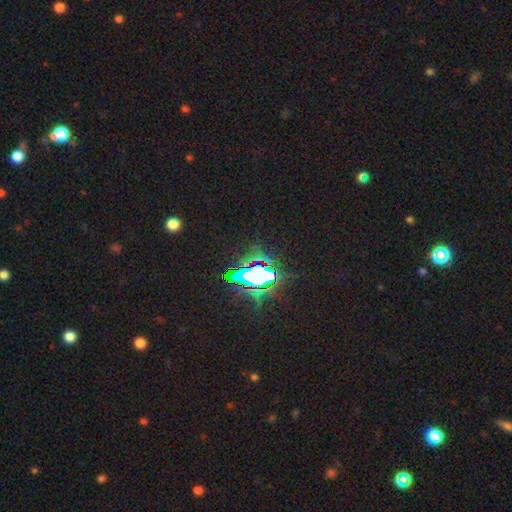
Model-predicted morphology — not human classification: This is clearly a star or artifact rather than a galaxy (83%).